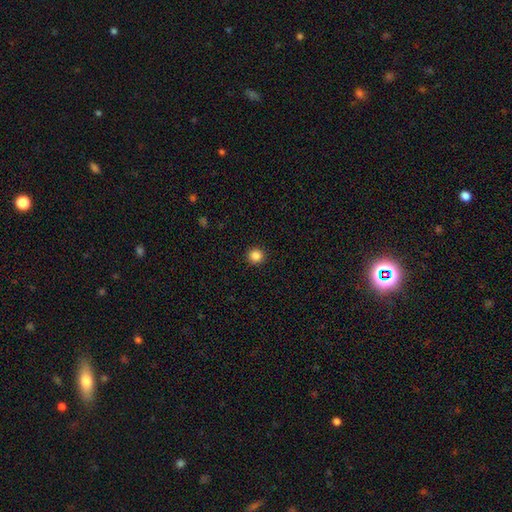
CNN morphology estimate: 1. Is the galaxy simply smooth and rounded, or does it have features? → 86% smooth, 11% star or artifact, 3% featured or disk.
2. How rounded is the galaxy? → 95% round, 4% in between, 1% cigar-shaped.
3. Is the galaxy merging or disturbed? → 93% none, 4% minor disturbance, 2% major disturbance, 1% merger.